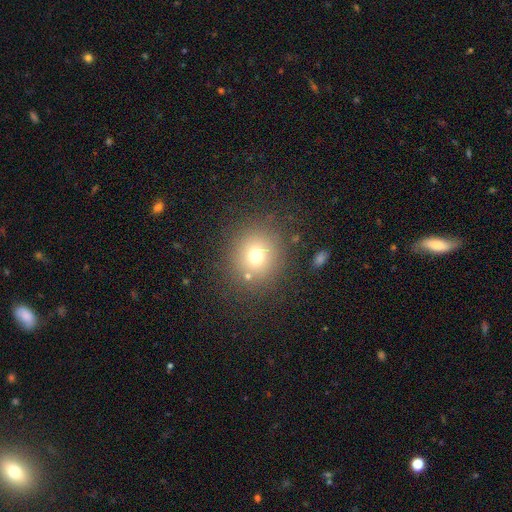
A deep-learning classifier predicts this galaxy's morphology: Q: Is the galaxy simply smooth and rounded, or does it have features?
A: smooth — 71%.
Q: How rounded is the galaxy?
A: round — 88%.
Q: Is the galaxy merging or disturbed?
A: none — 82%.